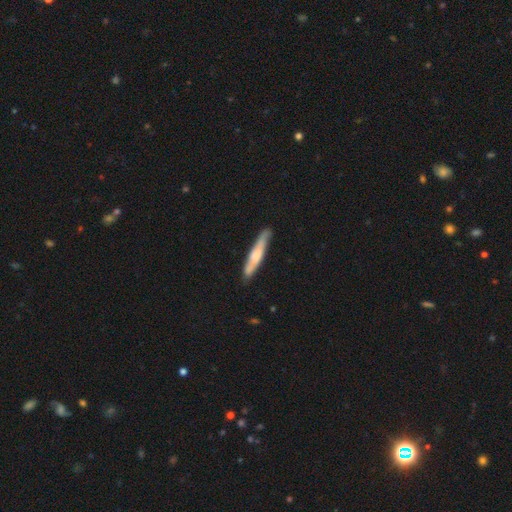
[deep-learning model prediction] Overall: smooth (51%; featured or disk 45%). How rounded: cigar-shaped (92%). Merging: none (80%).